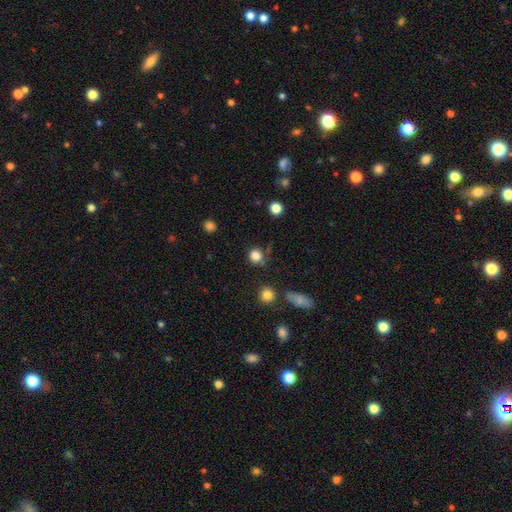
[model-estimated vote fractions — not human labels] A smooth galaxy with no disk features (82%) that is round (87%). Merging: none (76%).